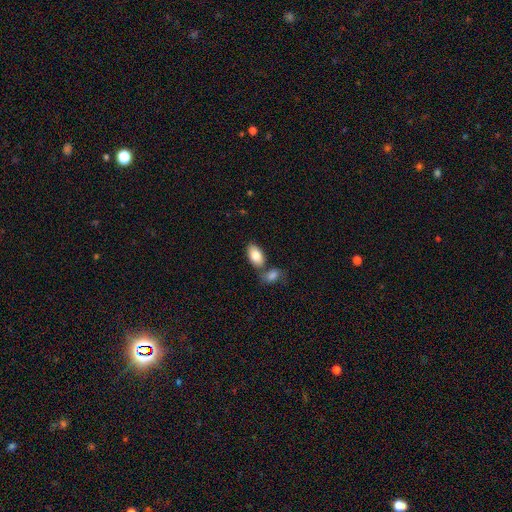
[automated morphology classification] Smooth or featured? Predicted: smooth (p=0.83). How rounded? Predicted: in between (p=0.94). Merging? Predicted: none (p=0.53).